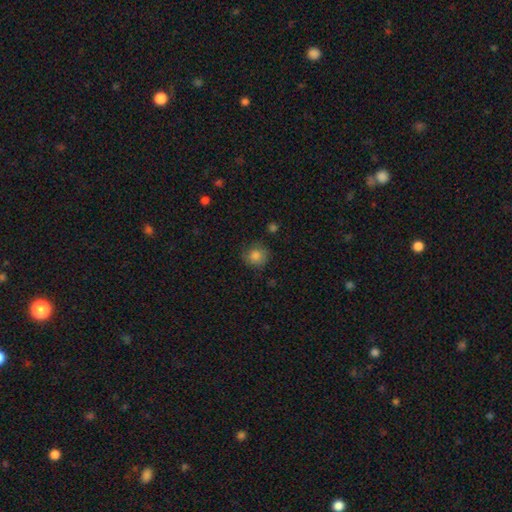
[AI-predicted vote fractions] Q: Smooth or featured?
A: smooth (83%); runner-up: star or artifact (10%)
Q: How rounded?
A: round (87%); runner-up: in between (12%)
Q: Merging?
A: none (76%); runner-up: minor disturbance (17%)